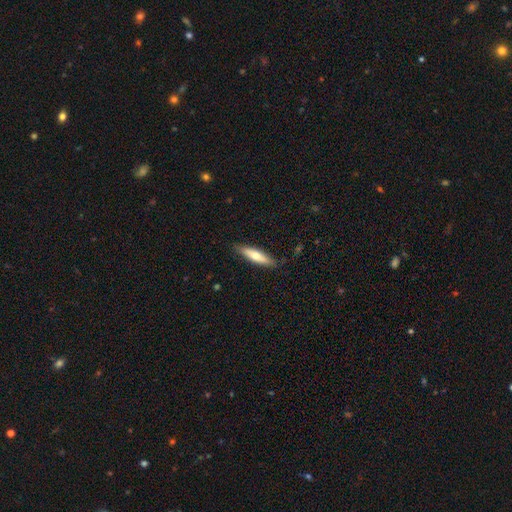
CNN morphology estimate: Smooth or featured: smooth — 61% (featured or disk — 33%)
How rounded: cigar-shaped — 73% (in between — 25%)
Merging: none — 84% (minor disturbance — 13%)